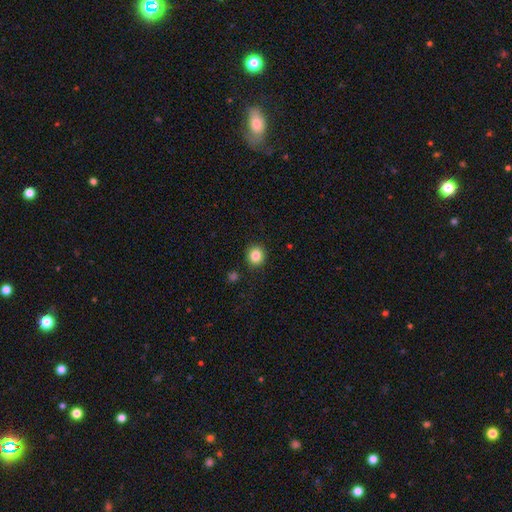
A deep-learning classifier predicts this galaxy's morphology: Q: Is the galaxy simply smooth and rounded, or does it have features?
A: smooth — 85%.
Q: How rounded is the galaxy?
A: round — 84%.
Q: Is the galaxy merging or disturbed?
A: none — 90%.